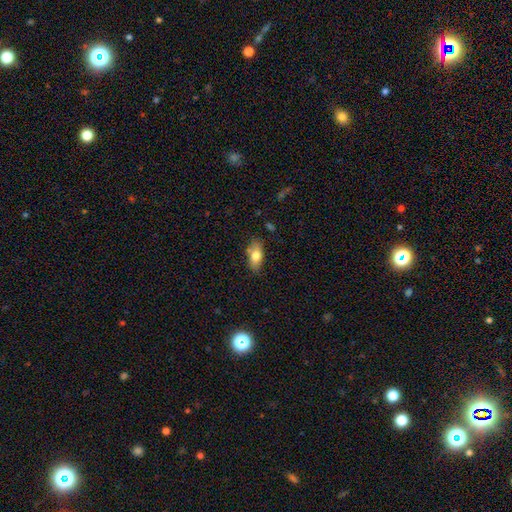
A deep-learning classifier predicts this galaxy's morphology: smooth-or-featured: smooth: 77% | featured or disk: 16% | star or artifact: 7%
  how-rounded: in between: 86% | cigar-shaped: 10% | round: 4%
  merging: none: 77% | minor disturbance: 16% | merger: 4% | major disturbance: 3%